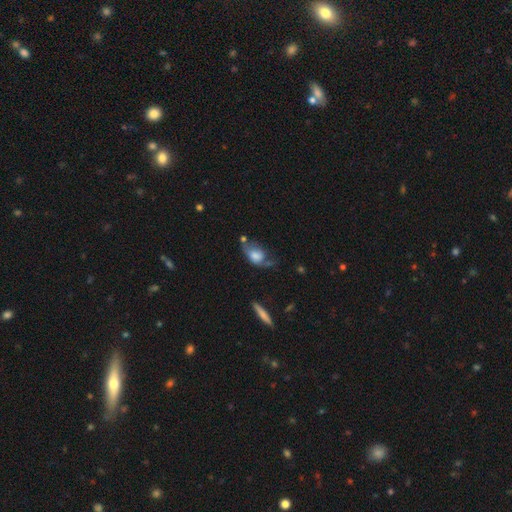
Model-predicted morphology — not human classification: Smooth or featured?
  - smooth: 58% *
  - featured or disk: 33%
  - star or artifact: 9%
How rounded?
  - in between: 83% *
  - round: 14%
  - cigar-shaped: 3%
Merging?
  - major disturbance: 34% *
  - none: 28%
  - minor disturbance: 27%
  - merger: 11%